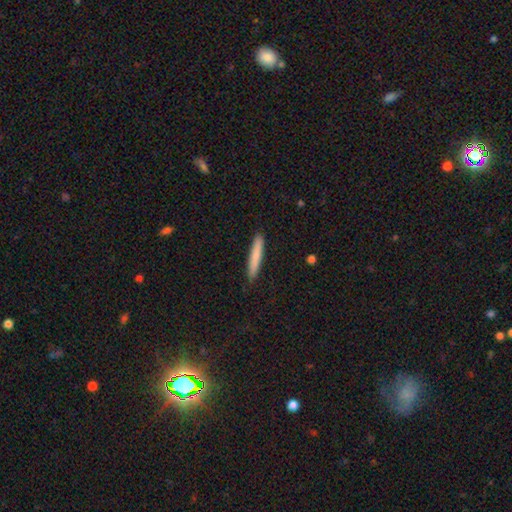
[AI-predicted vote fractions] Q: Smooth or featured?
A: smooth (79%); runner-up: featured or disk (16%)
Q: How rounded?
A: cigar-shaped (95%); runner-up: in between (4%)
Q: Merging?
A: none (91%); runner-up: minor disturbance (6%)